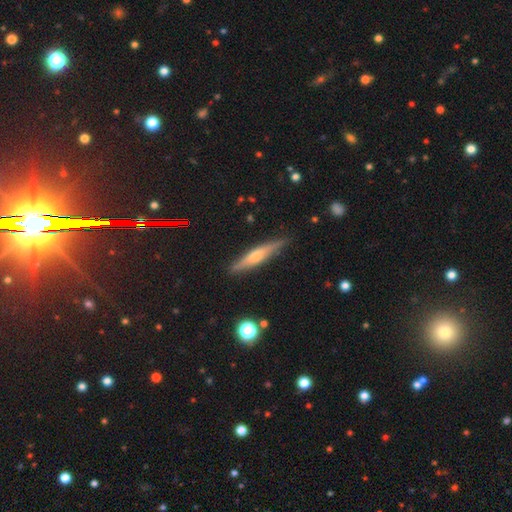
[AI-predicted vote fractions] Smooth or featured?
  - featured or disk: 57% *
  - smooth: 36%
  - star or artifact: 7%
Edge-on disk?
  - yes: 95% *
  - no: 5%
Edge-on bulge?
  - rounded: 72% *
  - none: 16%
  - boxy: 12%
Merging?
  - none: 86% *
  - minor disturbance: 10%
  - major disturbance: 2%
  - merger: 1%